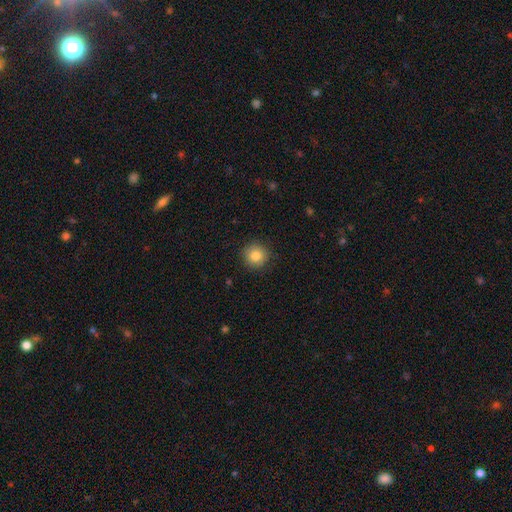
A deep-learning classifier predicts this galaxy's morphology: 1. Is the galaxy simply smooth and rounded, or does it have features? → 82% smooth, 11% star or artifact, 7% featured or disk.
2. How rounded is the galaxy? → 94% round, 5% in between, 1% cigar-shaped.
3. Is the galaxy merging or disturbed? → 90% none, 7% minor disturbance, 2% major disturbance, 1% merger.